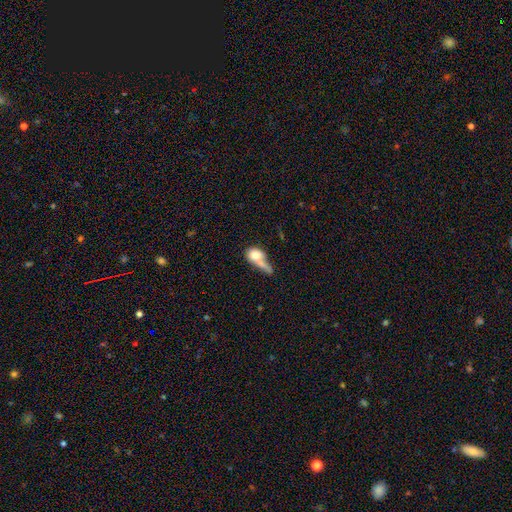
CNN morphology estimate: This is likely a smooth galaxy (70%). How rounded: possibly in between (56%). Merging: possibly merger (48%).